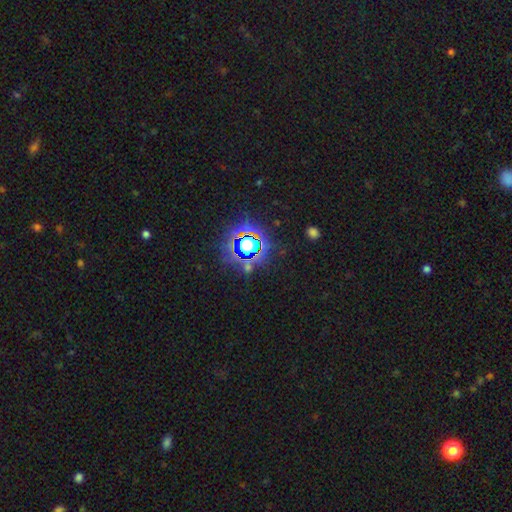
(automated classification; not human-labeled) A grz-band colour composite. It shows a star or artifact, not a galaxy (80%).